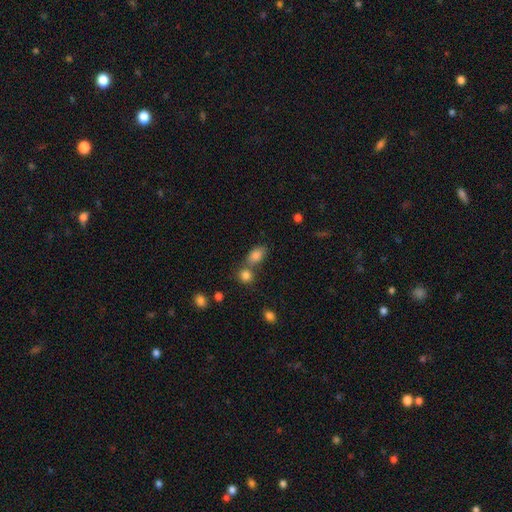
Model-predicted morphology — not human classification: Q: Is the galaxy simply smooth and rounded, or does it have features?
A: smooth — 81%.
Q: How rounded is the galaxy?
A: in between — 82%.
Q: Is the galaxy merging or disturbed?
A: none — 48%.